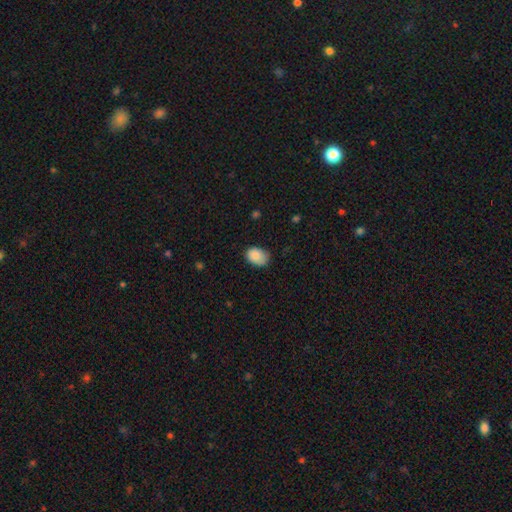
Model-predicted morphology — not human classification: Smooth or featured?
  - smooth: 87% *
  - star or artifact: 8%
  - featured or disk: 5%
How rounded?
  - in between: 79% *
  - round: 20%
  - cigar-shaped: 1%
Merging?
  - none: 66% *
  - minor disturbance: 28%
  - major disturbance: 5%
  - merger: 1%